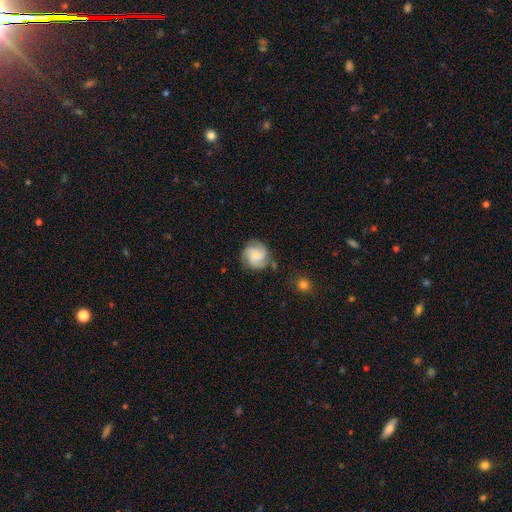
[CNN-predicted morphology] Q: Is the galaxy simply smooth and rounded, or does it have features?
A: featured or disk — 57%.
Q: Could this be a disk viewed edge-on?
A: no — 98%.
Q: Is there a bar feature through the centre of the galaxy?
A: no — 67%.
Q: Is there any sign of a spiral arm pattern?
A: yes — 93%.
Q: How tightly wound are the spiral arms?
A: medium — 43%.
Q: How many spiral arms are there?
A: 3 — 57%.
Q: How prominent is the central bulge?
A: none — 27%.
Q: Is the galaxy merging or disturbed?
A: none — 73%.